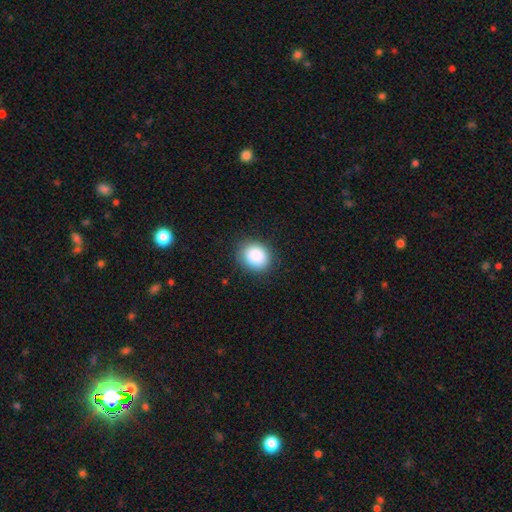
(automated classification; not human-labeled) Smooth or featured?
  - smooth: 88% *
  - star or artifact: 8%
  - featured or disk: 4%
How rounded?
  - round: 60% *
  - in between: 39%
  - cigar-shaped: 1%
Merging?
  - none: 86% *
  - minor disturbance: 10%
  - major disturbance: 3%
  - merger: 1%